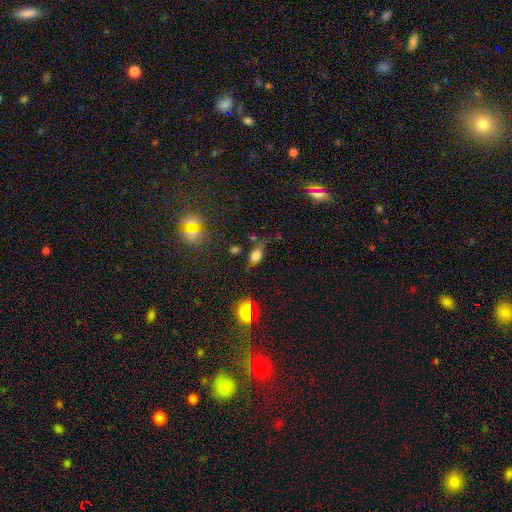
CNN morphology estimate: This is likely a smooth galaxy (72%). How rounded: clearly in between (81%). Merging: likely none (60%).